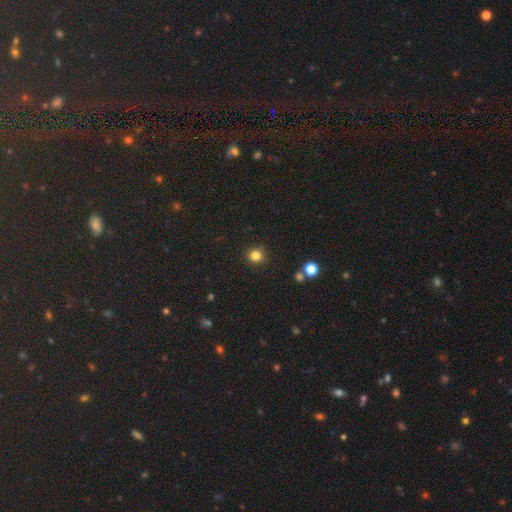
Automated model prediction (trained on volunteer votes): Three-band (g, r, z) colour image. It shows a smooth galaxy with no disk features (82%) that is round (90%). Merging: none (87%).